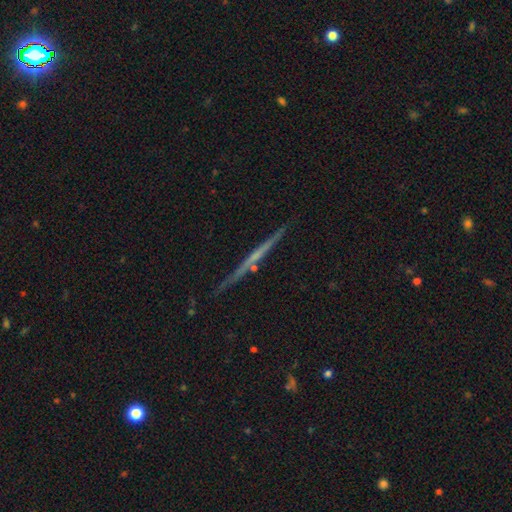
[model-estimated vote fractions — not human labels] Smooth or featured? featured or disk (70%)
Edge-on disk? yes (98%)
Edge-on bulge? none (72%)
Merging? none (88%)